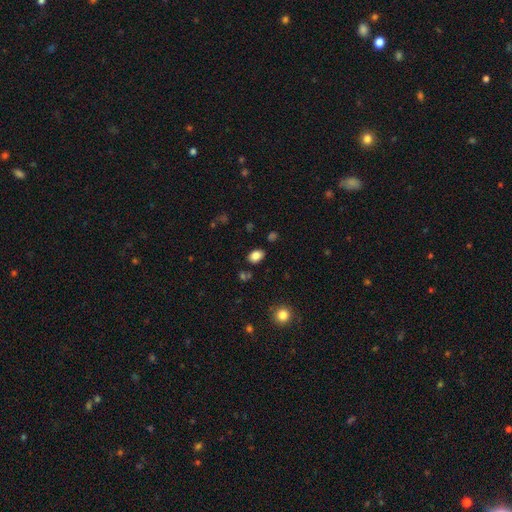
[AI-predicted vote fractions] A smooth galaxy with no disk features (84%) that is in between round and cigar-shaped (79%).

Vote fractions:
- Smooth or featured? smooth: 84% / star or artifact: 10% / featured or disk: 6%
- How rounded? in between: 79% / round: 20% / cigar-shaped: 1%
- Merging? none: 83% / minor disturbance: 11% / merger: 3% / major disturbance: 3%